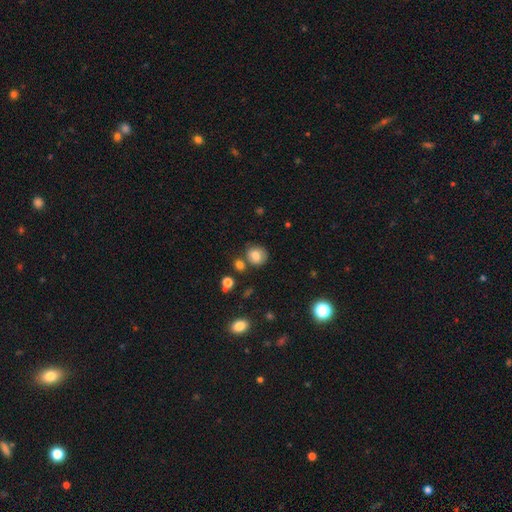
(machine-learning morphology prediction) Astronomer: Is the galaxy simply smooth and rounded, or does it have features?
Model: smooth — 78%.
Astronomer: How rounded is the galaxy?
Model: round — 80%.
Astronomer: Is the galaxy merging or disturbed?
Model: none — 73%.